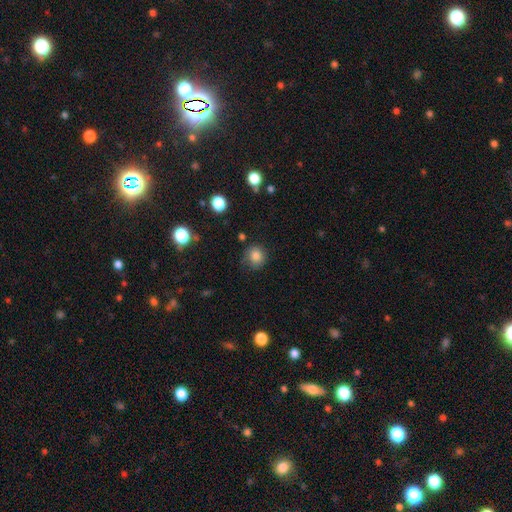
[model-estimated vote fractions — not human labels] Q: Smooth or featured?
A: smooth (82%); runner-up: star or artifact (12%)
Q: How rounded?
A: round (86%); runner-up: in between (13%)
Q: Merging?
A: none (76%); runner-up: minor disturbance (17%)